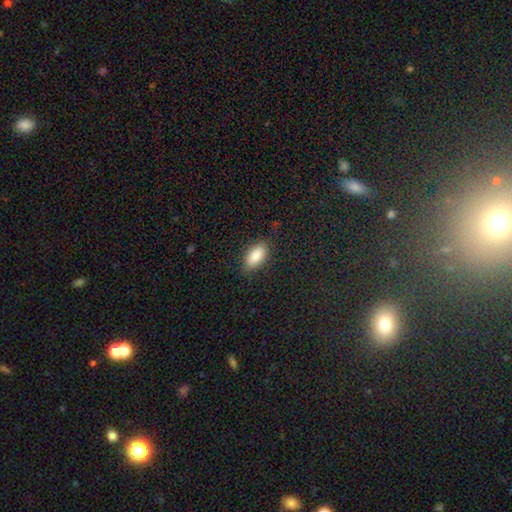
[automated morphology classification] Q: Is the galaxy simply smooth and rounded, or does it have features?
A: smooth — 86%.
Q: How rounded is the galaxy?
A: in between — 91%.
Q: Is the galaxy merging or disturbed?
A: none — 82%.